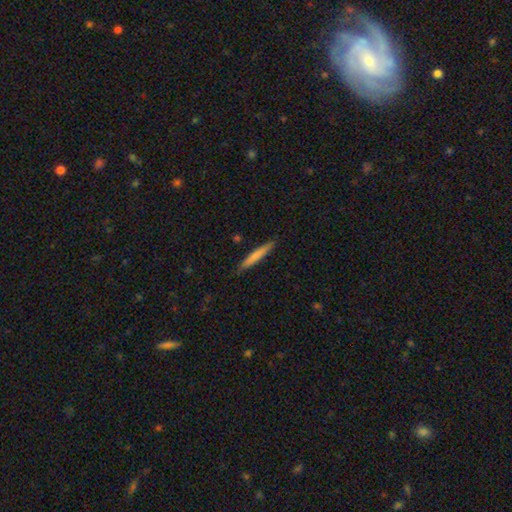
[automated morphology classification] Smooth or featured? smooth (68%)
How rounded? cigar-shaped (95%)
Merging? none (88%)